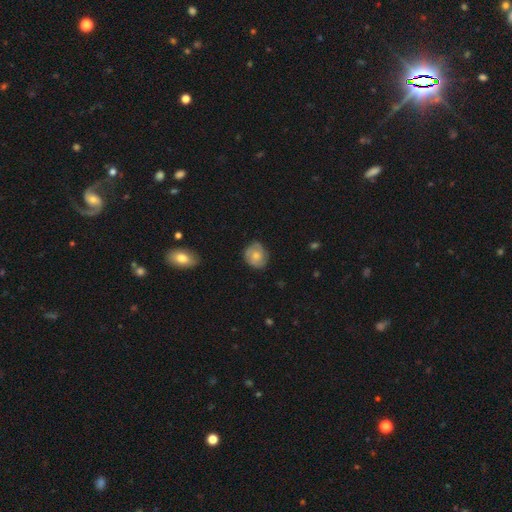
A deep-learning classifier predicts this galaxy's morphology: A smooth galaxy with no disk features (61%) that is round (72%).

Vote fractions:
- Smooth or featured? smooth: 61% / featured or disk: 32% / star or artifact: 7%
- How rounded? round: 72% / in between: 27% / cigar-shaped: 1%
- Merging? none: 75% / minor disturbance: 20% / major disturbance: 4% / merger: 1%